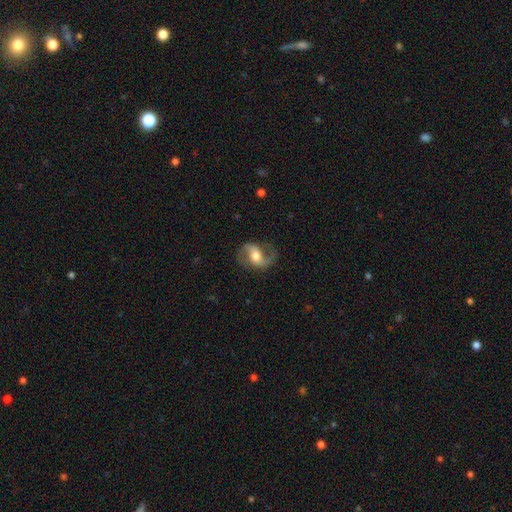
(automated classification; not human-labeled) Morphology: type=featured or disk (83%); edge-on=no (97%); bar=weak (41%); spiral arms=yes (94%); winding=loose (52%); arm count=2 (91%); bulge=moderate (66%); merging=none (77%).